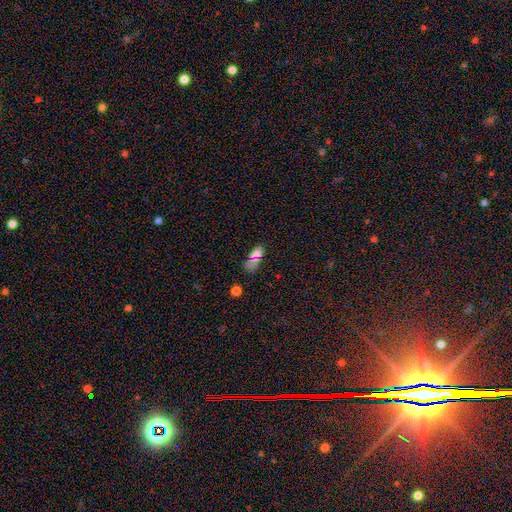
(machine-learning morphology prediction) Smooth or featured: smooth — 66% (star or artifact — 24%)
How rounded: in between — 76% (cigar-shaped — 16%)
Merging: none — 68% (minor disturbance — 17%)